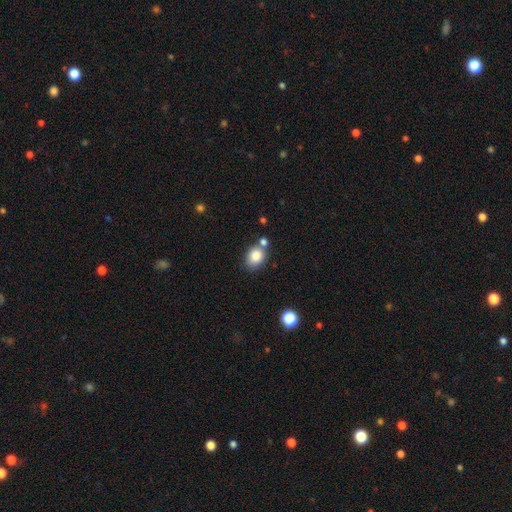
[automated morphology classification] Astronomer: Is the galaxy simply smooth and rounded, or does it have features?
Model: smooth — 83%.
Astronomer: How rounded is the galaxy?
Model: round — 53% (runner-up: in between, 46%).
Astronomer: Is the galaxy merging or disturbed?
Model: none — 63%.